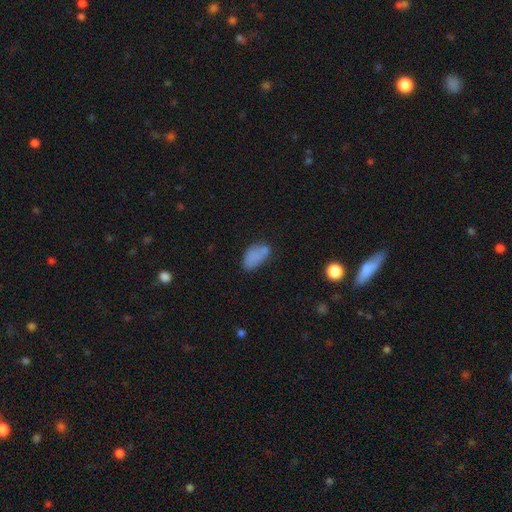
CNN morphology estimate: Smooth or featured? smooth (78%)
How rounded? in between (91%)
Merging? none (52%)